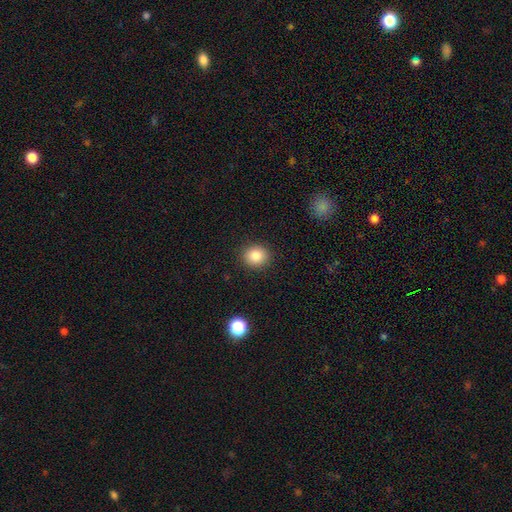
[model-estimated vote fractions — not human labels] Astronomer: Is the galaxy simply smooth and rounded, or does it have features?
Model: smooth — 83%.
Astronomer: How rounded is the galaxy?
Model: round — 81%.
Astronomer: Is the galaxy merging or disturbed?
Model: none — 90%.